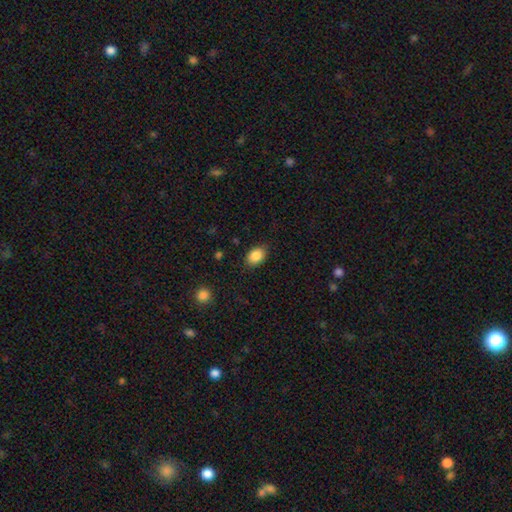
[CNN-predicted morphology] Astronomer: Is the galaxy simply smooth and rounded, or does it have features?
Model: smooth — 87%.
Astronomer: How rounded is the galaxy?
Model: in between — 80%.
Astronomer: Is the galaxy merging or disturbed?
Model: none — 82%.